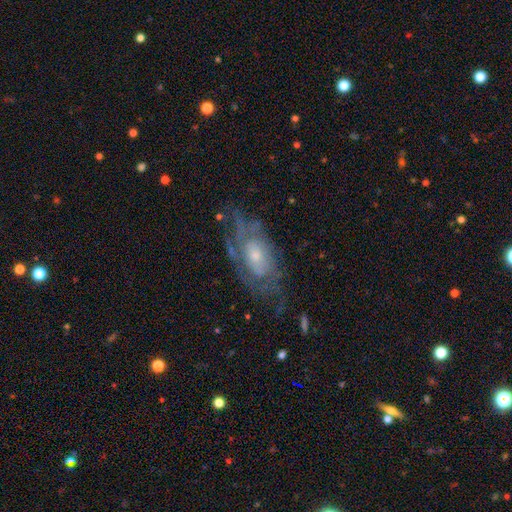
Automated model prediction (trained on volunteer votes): Smooth or featured?
  - featured or disk: 74% *
  - smooth: 18%
  - star or artifact: 8%
Edge-on disk?
  - no: 91% *
  - yes: 9%
Bar?
  - no: 77% *
  - weak: 19%
  - strong: 3%
Spiral arms?
  - yes: 73% *
  - no: 27%
Bulge size?
  - small: 50% *
  - moderate: 41%
  - large: 5%
  - none: 3%
  - dominant: 1%
Merging?
  - none: 60% *
  - minor disturbance: 22%
  - major disturbance: 17%
  - merger: 2%